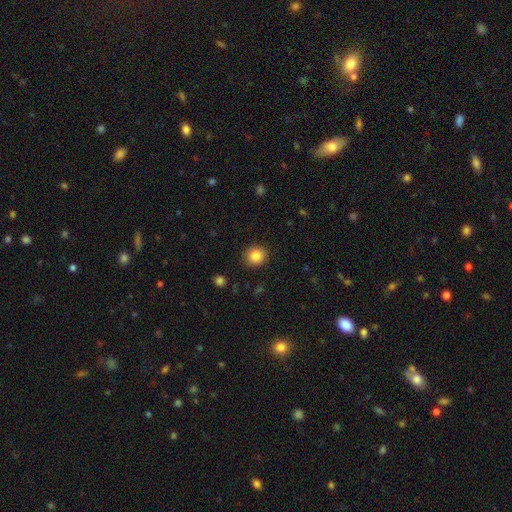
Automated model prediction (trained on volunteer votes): smooth 86%, star or artifact 9%, featured or disk 5%. Down the decision tree: how rounded — round (82%); merging — none (88%).